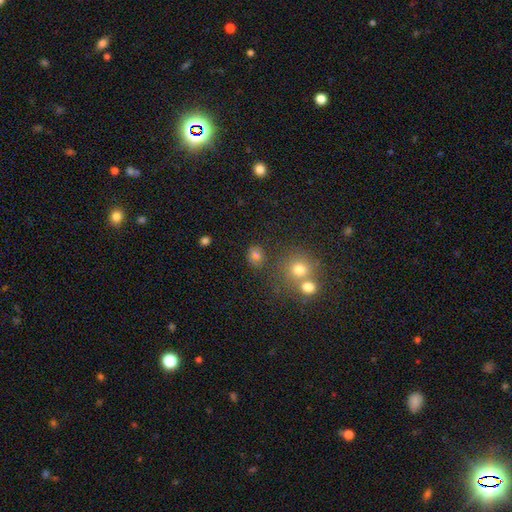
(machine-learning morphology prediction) Smooth or featured: smooth — 75% (star or artifact — 16%)
How rounded: round — 72% (in between — 27%)
Merging: none — 75% (minor disturbance — 11%)